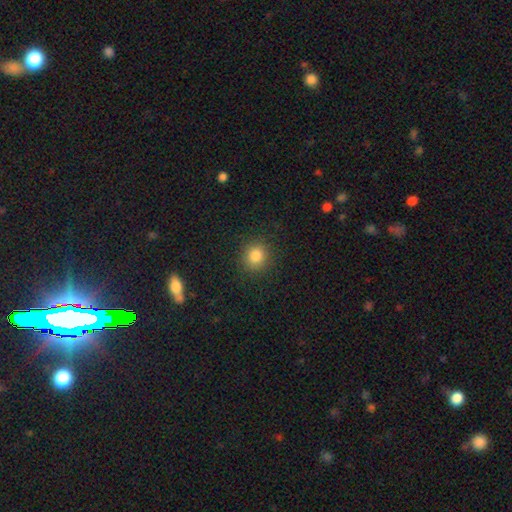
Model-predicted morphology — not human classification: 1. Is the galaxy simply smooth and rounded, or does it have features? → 83% smooth, 12% star or artifact, 5% featured or disk.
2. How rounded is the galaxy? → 86% round, 13% in between, 1% cigar-shaped.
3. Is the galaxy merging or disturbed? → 89% none, 7% minor disturbance, 3% major disturbance, 1% merger.